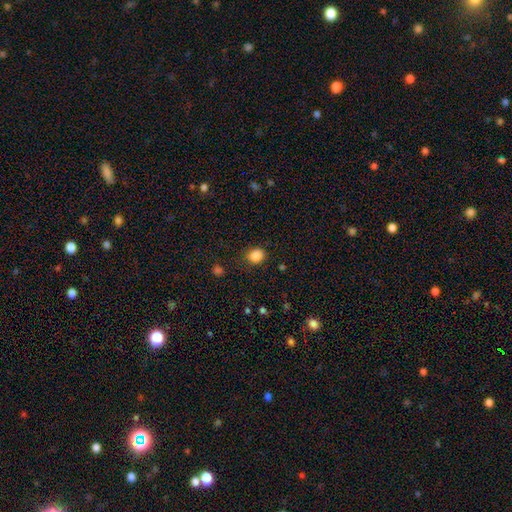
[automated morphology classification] The model was most divided on "how rounded": round: 64%, in between: 36%, cigar-shaped: 1%. More confident: smooth or featured — smooth (86%); merging — none (80%).